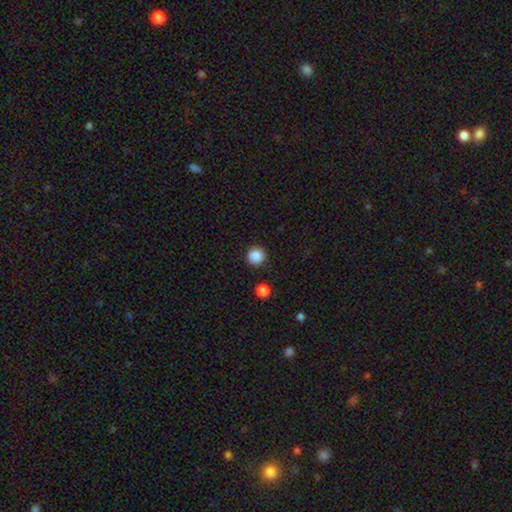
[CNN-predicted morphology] Overall: smooth (87%). How rounded: round (96%). Merging: none (92%).